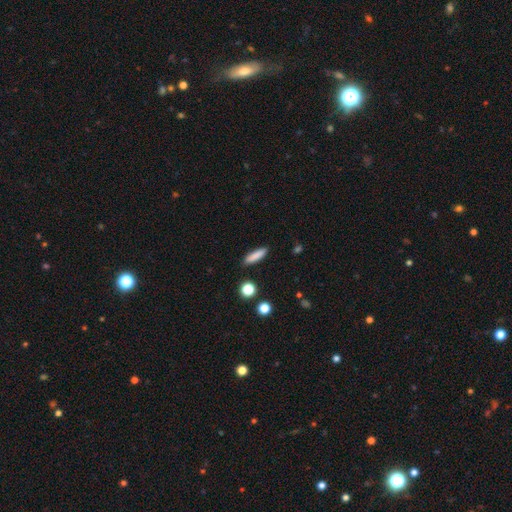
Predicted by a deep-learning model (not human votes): smooth_or_featured: smooth (p=0.84) [alt: featured or disk p=0.08]
how_rounded: cigar-shaped (p=0.75) [alt: in between p=0.22]
merging: none (p=0.89) [alt: minor disturbance p=0.08]